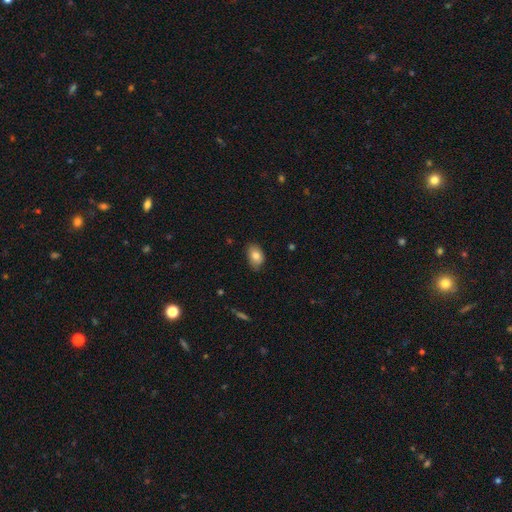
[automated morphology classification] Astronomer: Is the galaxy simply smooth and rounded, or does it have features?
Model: smooth — 80%.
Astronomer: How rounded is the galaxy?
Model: in between — 83%.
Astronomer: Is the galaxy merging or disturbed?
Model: none — 76%.